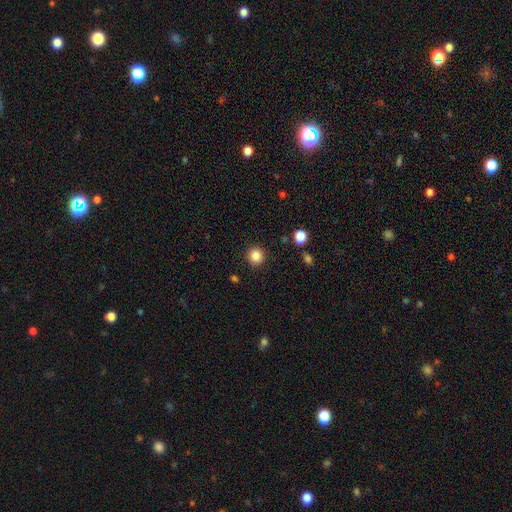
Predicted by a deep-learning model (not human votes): Q: Smooth or featured?
A: smooth (85%); runner-up: star or artifact (11%)
Q: How rounded?
A: round (94%); runner-up: in between (5%)
Q: Merging?
A: none (92%); runner-up: minor disturbance (5%)